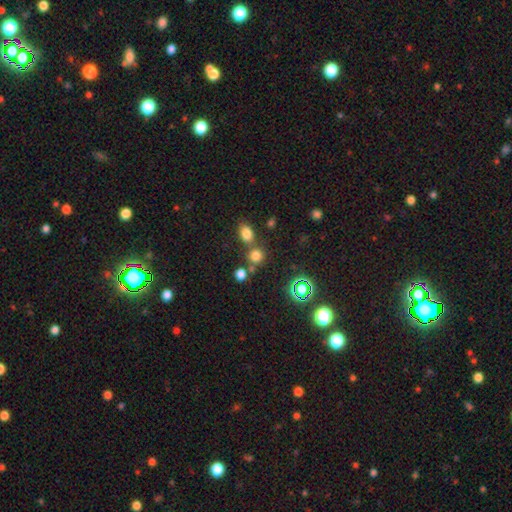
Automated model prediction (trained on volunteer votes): smooth_or_featured: smooth (p=0.73) [alt: star or artifact p=0.20]
how_rounded: round (p=0.80) [alt: in between p=0.19]
merging: none (p=0.63) [alt: merger p=0.24]